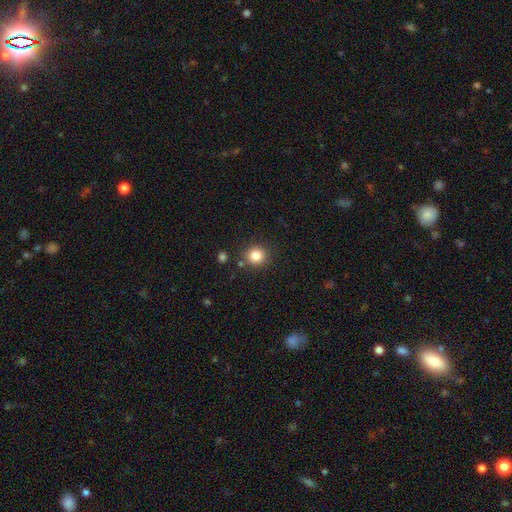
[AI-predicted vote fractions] This is clearly a smooth galaxy (83%). How rounded: clearly round (91%). Merging: clearly none (85%).